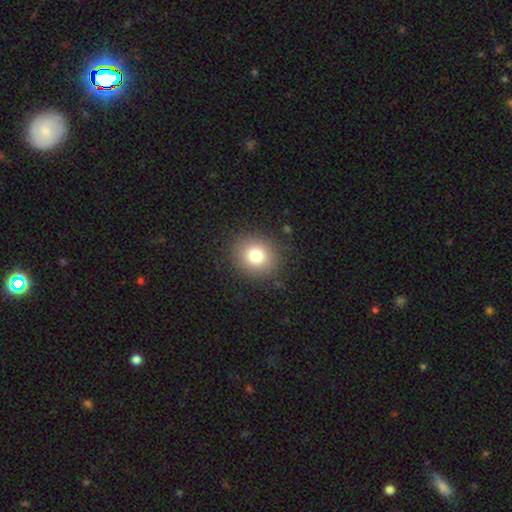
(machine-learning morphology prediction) The model was most divided on "smooth or featured": smooth: 79%, star or artifact: 12%, featured or disk: 9%. More confident: merging — none (87%); how rounded — round (84%).